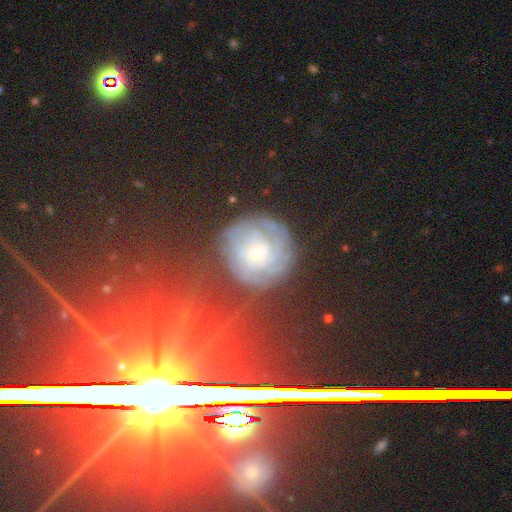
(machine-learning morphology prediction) A featured or disk galaxy (56%) with no bar (70%), spiral arms (84%) and a small central bulge (50%).

Vote fractions:
- Smooth or featured? featured or disk: 56% / smooth: 22% / star or artifact: 21%
- Edge-on disk? no: 94% / yes: 6%
- Bar? no: 70% / weak: 23% / strong: 7%
- Spiral arms? yes: 84% / no: 16%
- Bulge size? small: 50% / moderate: 41% / large: 4% / none: 3% / dominant: 2%
- Merging? none: 73% / minor disturbance: 17% / major disturbance: 8% / merger: 2%